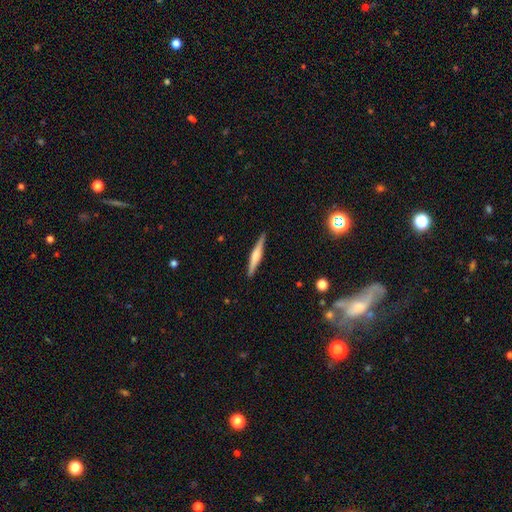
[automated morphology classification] featured or disk 61%, smooth 33%, star or artifact 6%. Down the decision tree: edge-on disk — yes (98%); edge-on bulge — rounded (73%); merging — none (90%).